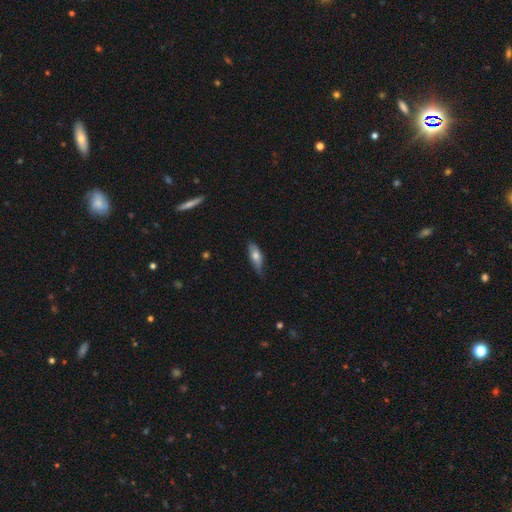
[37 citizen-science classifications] This appears to be a smooth galaxy with no disk features (62%) that is in between round and cigar-shaped (57%). Merging: minor disturbance (53%).